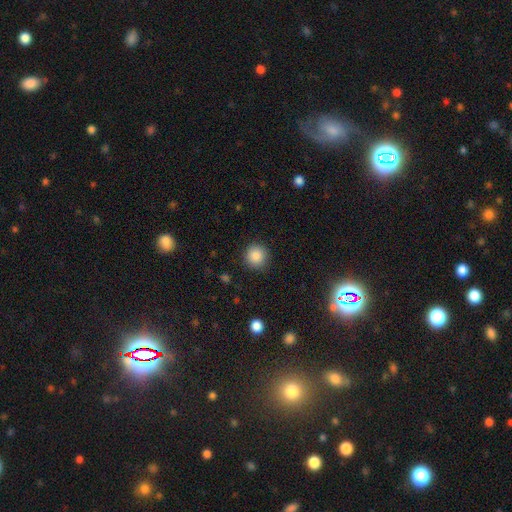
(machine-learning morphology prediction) type=smooth (87%); roundness=round (94%); merging=none (90%).